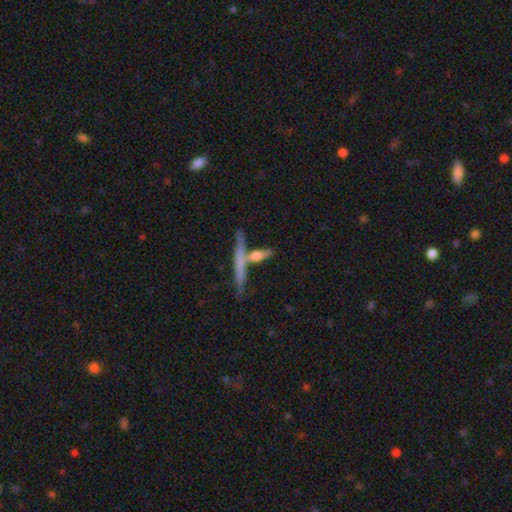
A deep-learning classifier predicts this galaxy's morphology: The model was most divided on "smooth or featured": featured or disk: 47%, smooth: 44%, star or artifact: 8%. More confident: merging — none (62%).